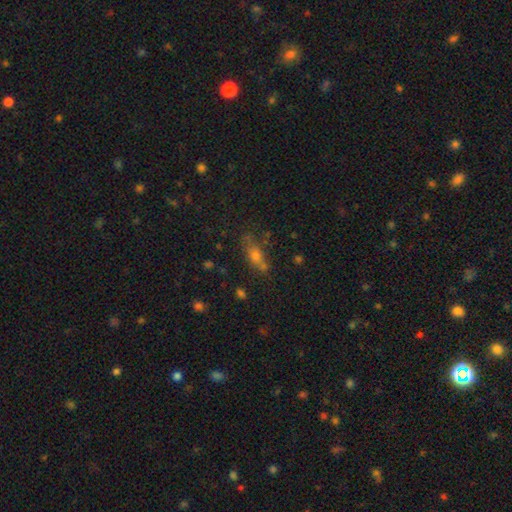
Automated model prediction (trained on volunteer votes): smooth_or_featured: smooth (p=0.56) [alt: featured or disk p=0.24]
how_rounded: in between (p=0.63) [alt: cigar-shaped p=0.25]
merging: none (p=0.60) [alt: minor disturbance p=0.19]